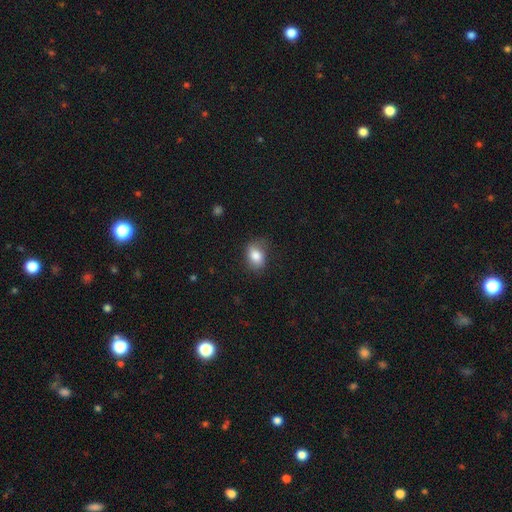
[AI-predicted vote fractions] Smooth or featured? Predicted: smooth (p=0.82). How rounded? Predicted: in between (p=0.77). Merging? Predicted: none (p=0.68).